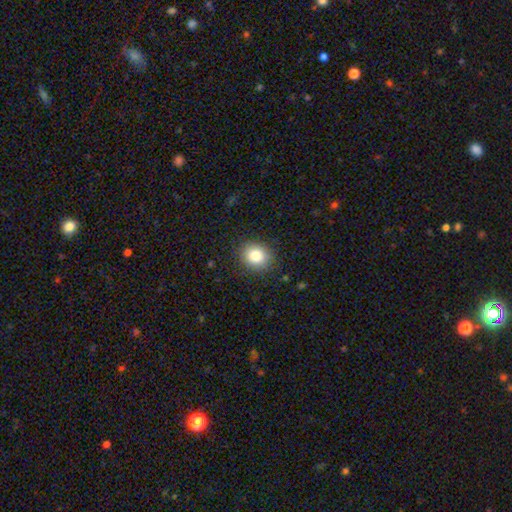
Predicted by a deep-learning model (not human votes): Smooth or featured? Predicted: smooth (p=0.84). How rounded? Predicted: round (p=0.72). Merging? Predicted: none (p=0.88).